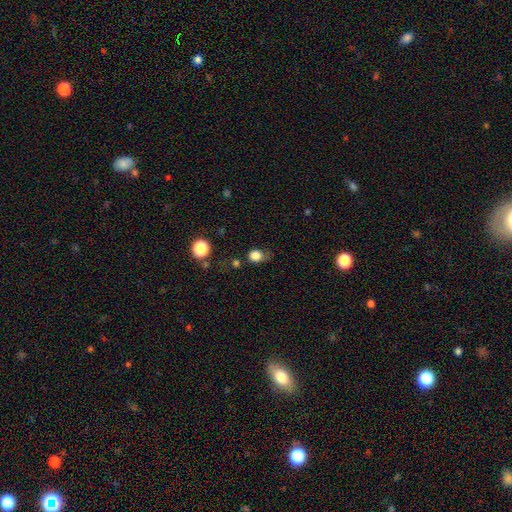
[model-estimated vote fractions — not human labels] Smooth or featured?
  - smooth: 82% *
  - star or artifact: 12%
  - featured or disk: 6%
How rounded?
  - round: 62% *
  - in between: 37%
  - cigar-shaped: 1%
Merging?
  - none: 50% *
  - minor disturbance: 30%
  - major disturbance: 15%
  - merger: 5%